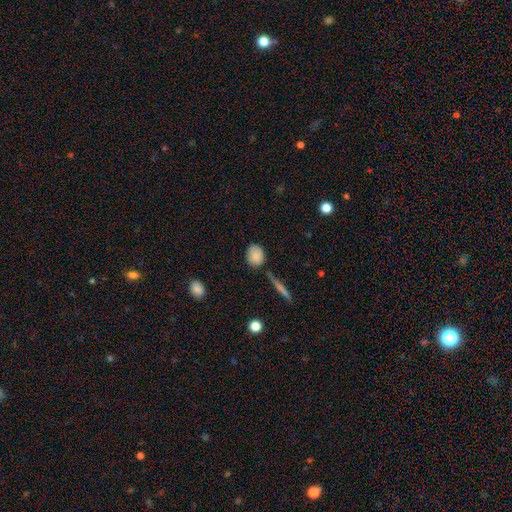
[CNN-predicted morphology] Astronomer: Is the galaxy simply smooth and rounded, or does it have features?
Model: smooth — 85%.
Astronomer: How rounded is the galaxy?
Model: in between — 54% (runner-up: round, 43%).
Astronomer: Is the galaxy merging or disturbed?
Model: none — 74%.